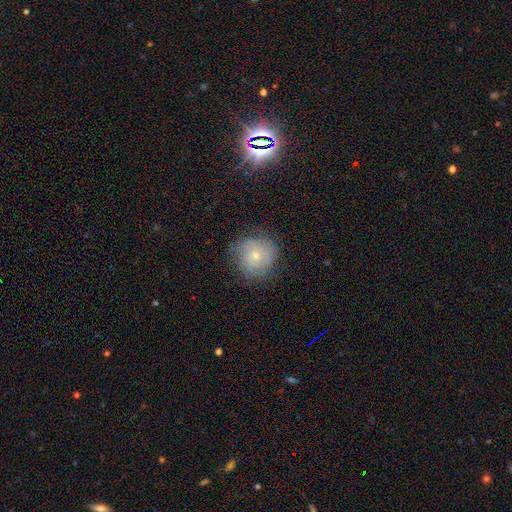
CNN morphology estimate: Smooth or featured?
  - smooth: 55% *
  - featured or disk: 34%
  - star or artifact: 11%
How rounded?
  - round: 89% *
  - in between: 10%
  - cigar-shaped: 1%
Merging?
  - none: 74% *
  - minor disturbance: 18%
  - major disturbance: 7%
  - merger: 1%